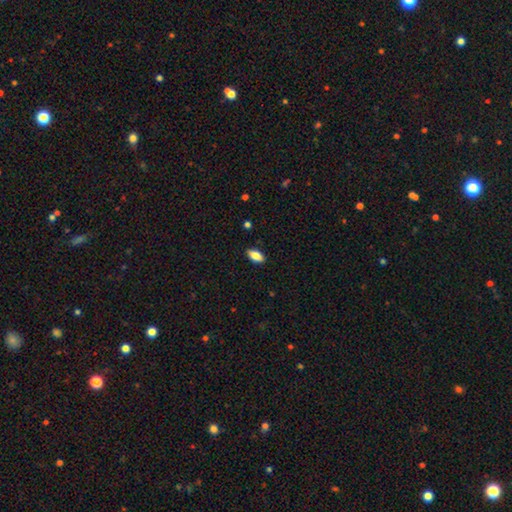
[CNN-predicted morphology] Smooth or featured? Predicted: smooth (p=0.82). How rounded? Predicted: in between (p=0.89). Merging? Predicted: none (p=0.88).